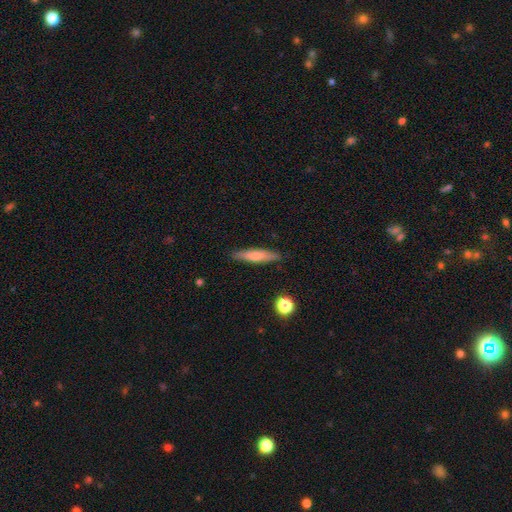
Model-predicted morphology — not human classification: Q: Smooth or featured?
A: smooth (62%); runner-up: featured or disk (31%)
Q: How rounded?
A: cigar-shaped (85%); runner-up: in between (13%)
Q: Merging?
A: none (87%); runner-up: minor disturbance (9%)